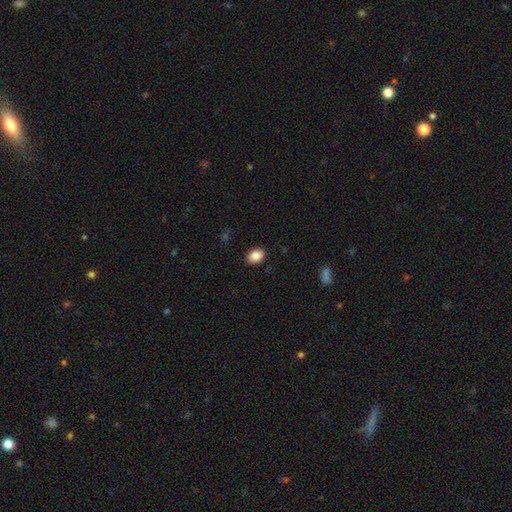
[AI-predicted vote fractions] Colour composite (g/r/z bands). It shows a smooth galaxy with no disk features (89%) that is in between round and cigar-shaped (76%). Merging: none (88%).